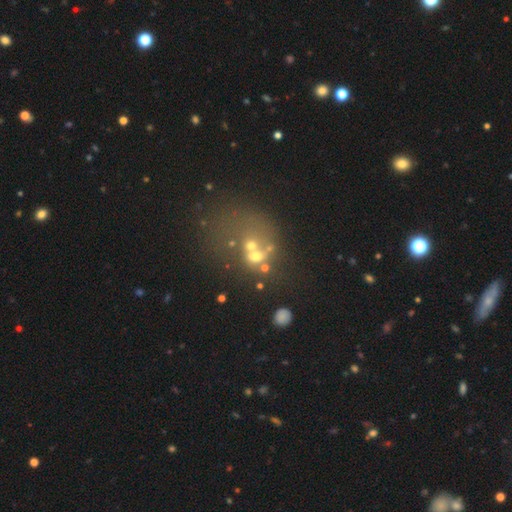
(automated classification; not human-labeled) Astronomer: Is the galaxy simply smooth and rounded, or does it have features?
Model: smooth — 41% (runner-up: featured or disk, 33%).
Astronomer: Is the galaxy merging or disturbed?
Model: merger — 50%.